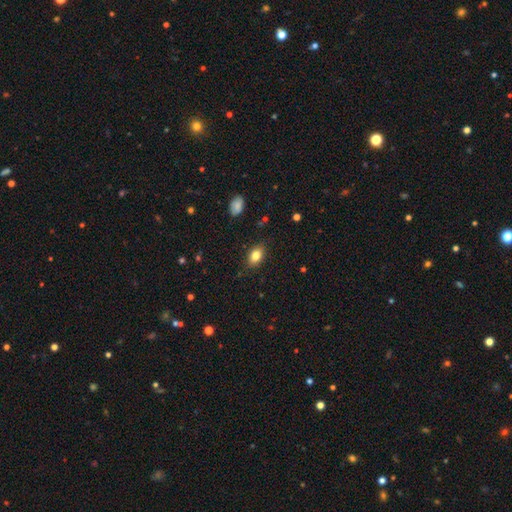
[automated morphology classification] Smooth or featured? Predicted: smooth (p=0.81). How rounded? Predicted: in between (p=0.85). Merging? Predicted: none (p=0.84).